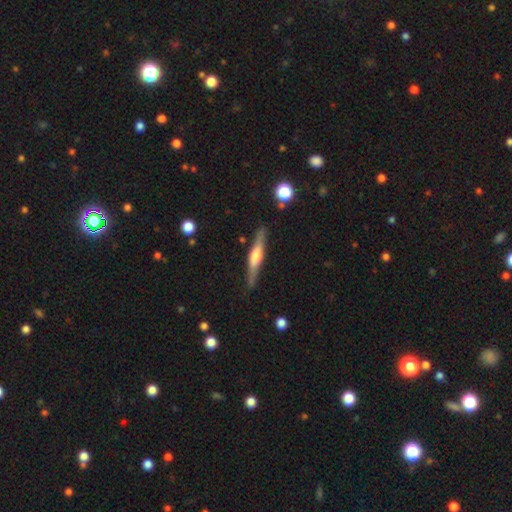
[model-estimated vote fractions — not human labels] Smooth or featured?
  - featured or disk: 66% *
  - smooth: 28%
  - star or artifact: 5%
Edge-on disk?
  - yes: 96% *
  - no: 4%
Edge-on bulge?
  - rounded: 72% *
  - boxy: 21%
  - none: 7%
Merging?
  - none: 87% *
  - minor disturbance: 10%
  - major disturbance: 2%
  - merger: 2%